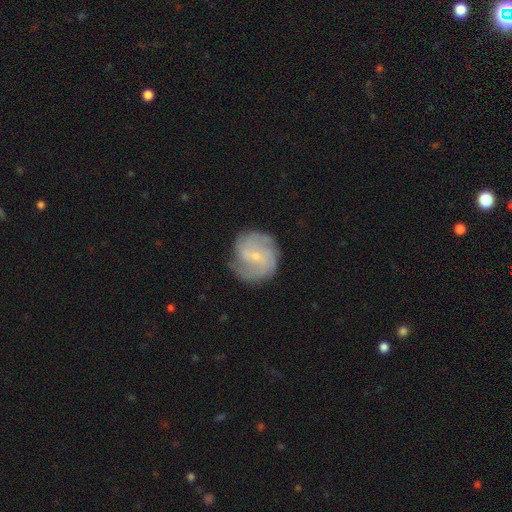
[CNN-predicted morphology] Overall: featured or disk (73%). Edge-on disk: no (98%). Bar: weak (49%; no 40%). Spiral arms: yes (91%). Spiral arm count: can't tell (35%; 2 28%). Spiral winding: tight (43%; medium 41%). Bulge size: small (77%). Merging: none (72%).